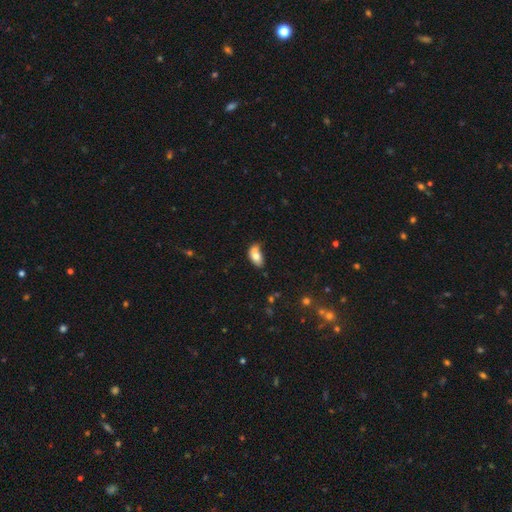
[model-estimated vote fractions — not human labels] This is likely a smooth galaxy (74%). How rounded: clearly in between (90%). Merging: marginally none (39%).